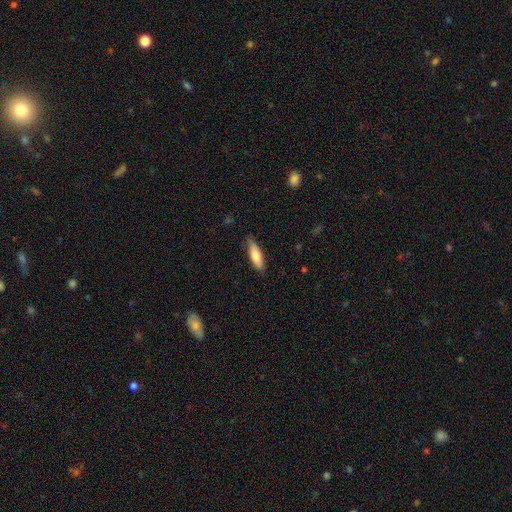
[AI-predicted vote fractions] This appears to be a smooth galaxy with no disk features (80%) that is in between round and cigar-shaped (51%). Merging: none (79%).